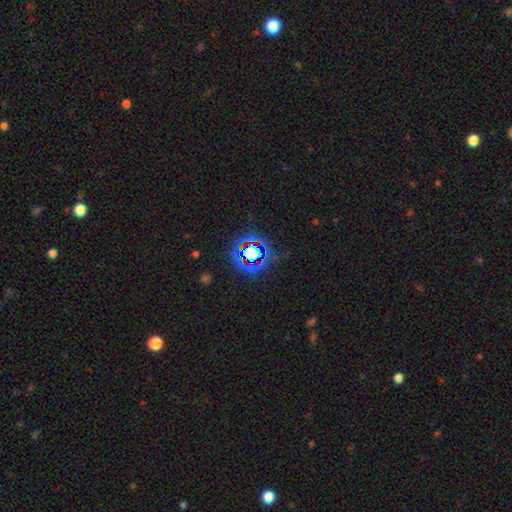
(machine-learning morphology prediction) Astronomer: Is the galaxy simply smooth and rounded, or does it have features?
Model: star or artifact — 72%.